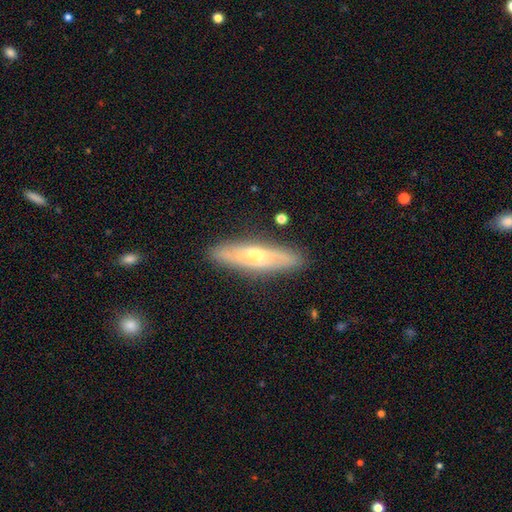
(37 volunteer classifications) This appears to be a featured or disk galaxy (54%) viewed edge-on (65%) with a rounded central bulge (77%). Merging: none (86%).